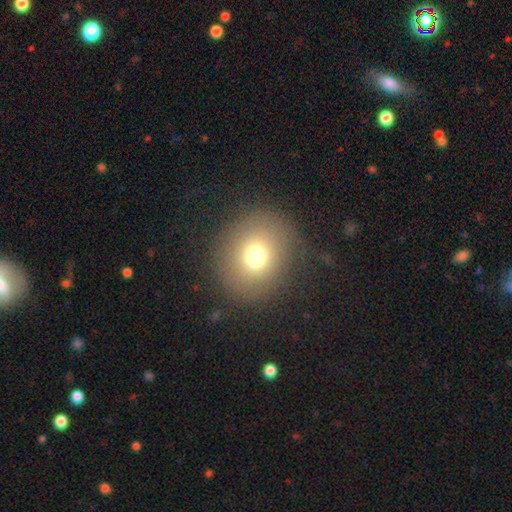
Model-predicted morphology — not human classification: smooth_or_featured: smooth (p=0.73) [alt: star or artifact p=0.15]
how_rounded: round (p=0.79) [alt: in between p=0.20]
merging: none (p=0.82) [alt: minor disturbance p=0.10]